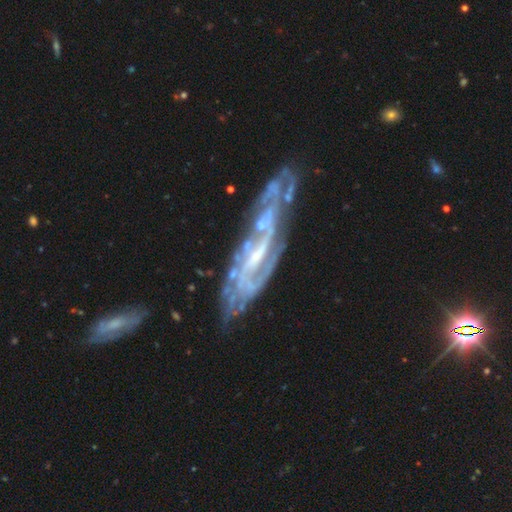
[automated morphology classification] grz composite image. It shows a featured or disk galaxy (84%) with a weak bar (41%), tight (50%) spiral arms (92%) and a small central bulge (55%). Merging: none (63%).